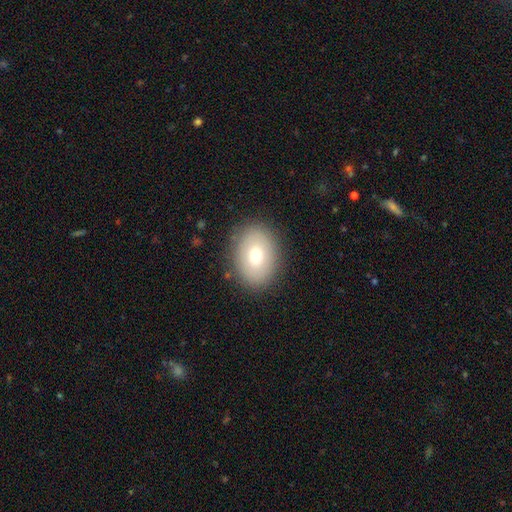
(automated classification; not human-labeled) Smooth or featured? smooth (73%)
How rounded? in between (81%)
Merging? none (86%)